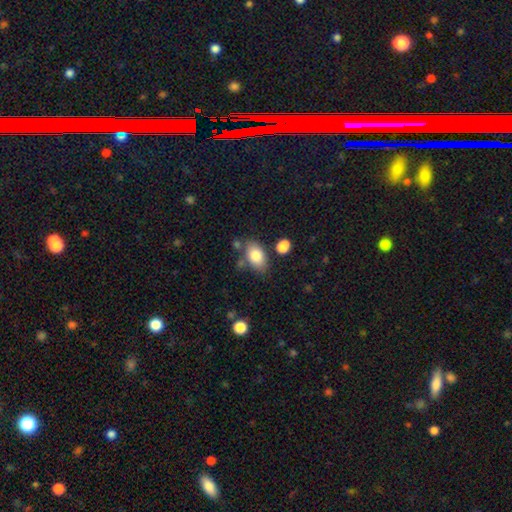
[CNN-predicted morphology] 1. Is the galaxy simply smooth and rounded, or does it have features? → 81% smooth, 11% featured or disk, 7% star or artifact.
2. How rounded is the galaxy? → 89% in between, 9% round, 2% cigar-shaped.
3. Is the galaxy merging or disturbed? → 71% none, 16% minor disturbance, 9% merger, 4% major disturbance.